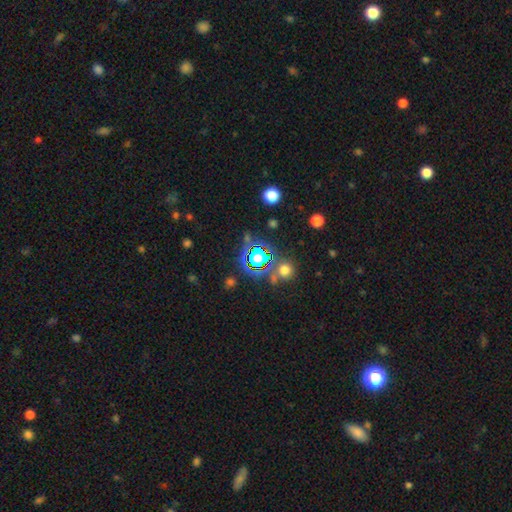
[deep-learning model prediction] A star or artifact, not a galaxy (59%).